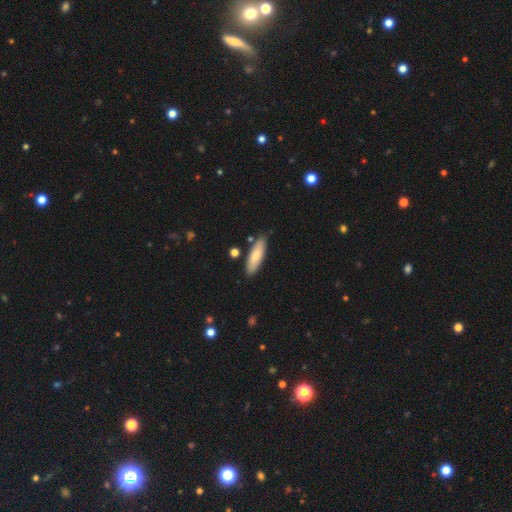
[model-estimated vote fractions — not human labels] smooth_or_featured: smooth (p=0.78) [alt: featured or disk p=0.16]
how_rounded: cigar-shaped (p=0.55) [alt: in between p=0.44]
merging: none (p=0.84) [alt: minor disturbance p=0.11]